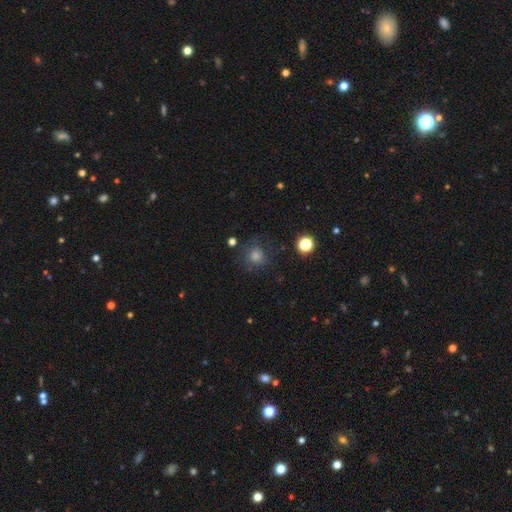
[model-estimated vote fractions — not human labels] A smooth galaxy with no disk features (62%) that is round (87%).

Vote fractions:
- Smooth or featured? smooth: 62% / star or artifact: 23% / featured or disk: 15%
- How rounded? round: 87% / in between: 12% / cigar-shaped: 1%
- Merging? none: 71% / minor disturbance: 16% / major disturbance: 10% / merger: 2%